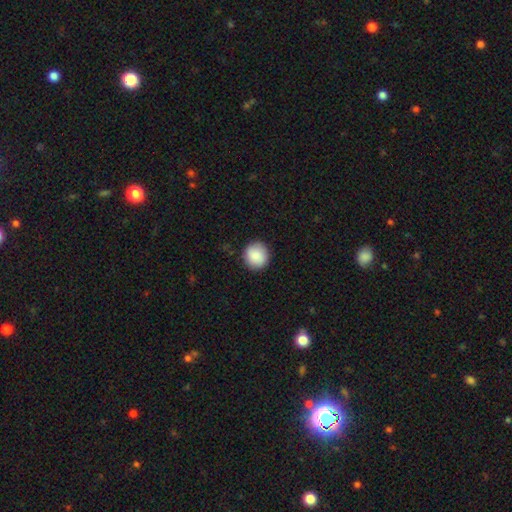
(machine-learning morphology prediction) This appears to be a smooth galaxy with no disk features (87%) that is round (92%). Merging: none (90%).